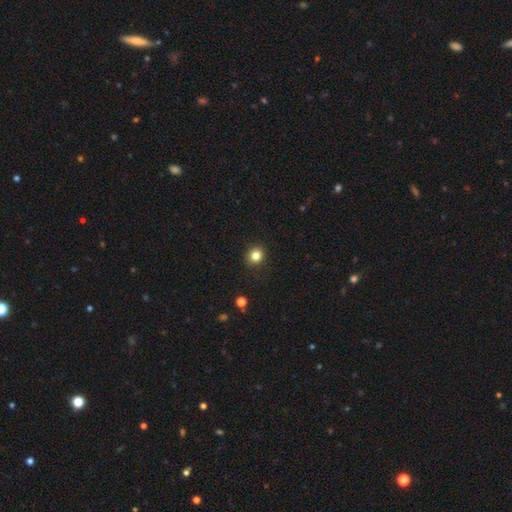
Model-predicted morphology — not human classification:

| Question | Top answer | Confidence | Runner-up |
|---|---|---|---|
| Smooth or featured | smooth | 83% | star or artifact (12%) |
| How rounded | round | 79% | in between (20%) |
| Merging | none | 90% | minor disturbance (7%) |